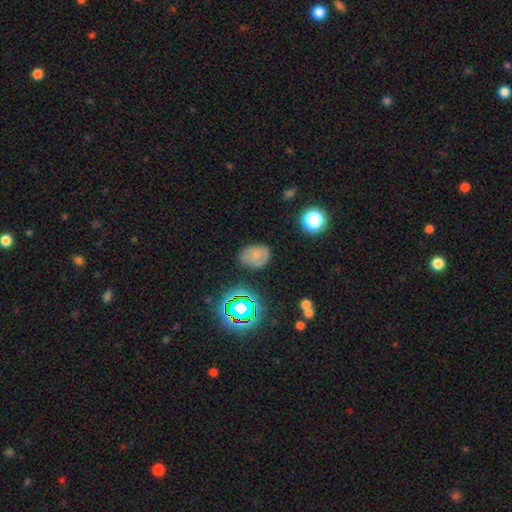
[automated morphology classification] The model was most divided on "how rounded": in between: 59%, round: 40%, cigar-shaped: 1%. More confident: merging — none (67%); smooth or featured — smooth (54%).